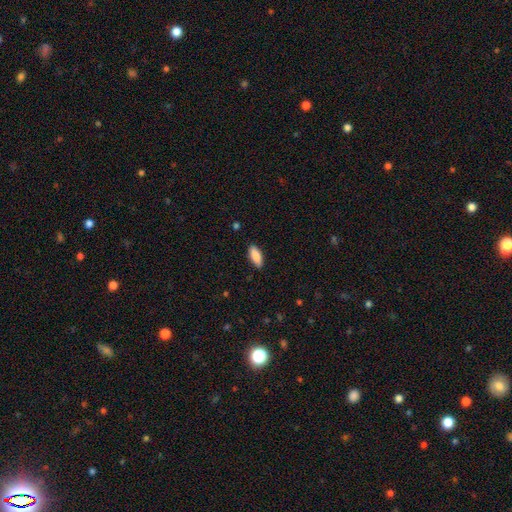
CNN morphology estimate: A smooth galaxy with no disk features (87%) that is in between round and cigar-shaped (79%). Merging: none (88%).